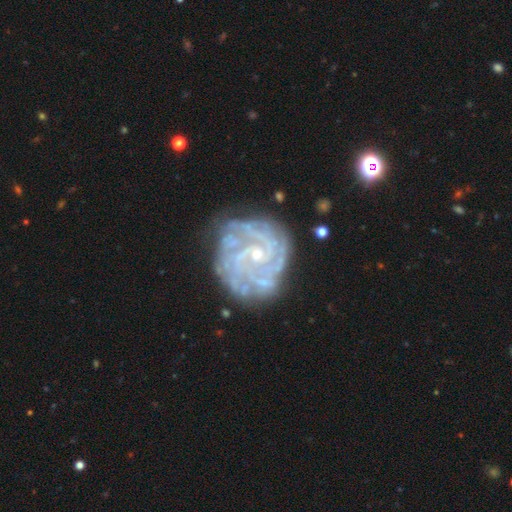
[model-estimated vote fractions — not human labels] Overall: featured or disk (88%). Edge-on disk: no (98%). Bar: no (63%; weak 29%). Spiral arms: yes (96%). Spiral arm count: 4 (26%; can't tell 25%). Spiral winding: tight (72%). Bulge size: small (76%). Merging: none (72%).